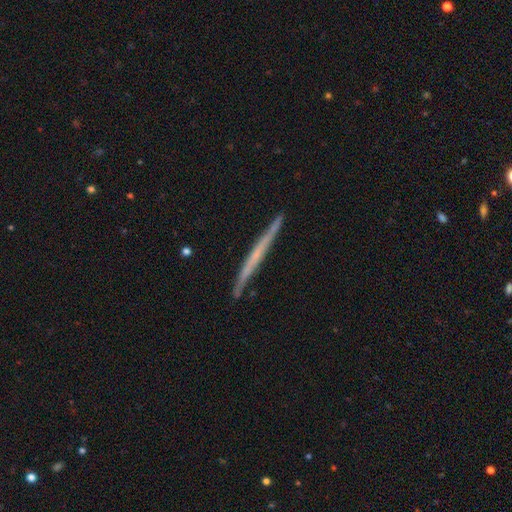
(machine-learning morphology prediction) Q: Smooth or featured?
A: featured or disk (61%); runner-up: smooth (34%)
Q: Edge-on disk?
A: yes (97%); runner-up: no (3%)
Q: Edge-on bulge?
A: none (82%); runner-up: rounded (13%)
Q: Merging?
A: none (88%); runner-up: minor disturbance (9%)